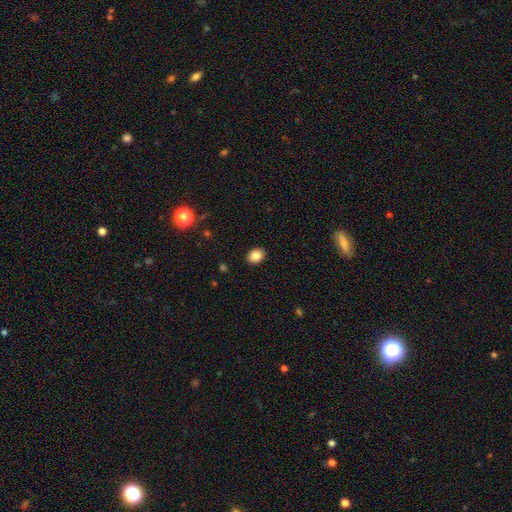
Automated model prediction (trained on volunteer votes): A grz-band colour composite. It shows a smooth galaxy with no disk features (84%) that is in between round and cigar-shaped (59%). Merging: none (89%).